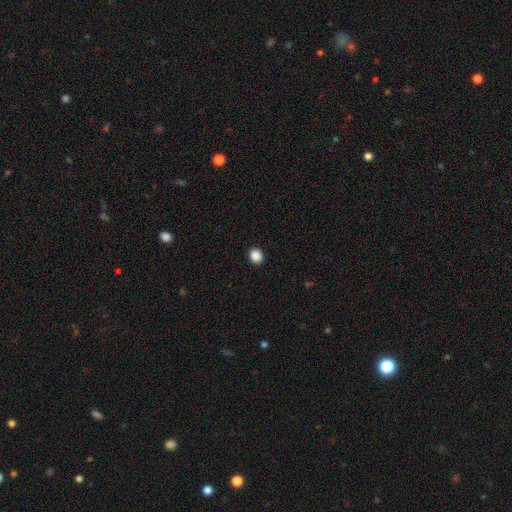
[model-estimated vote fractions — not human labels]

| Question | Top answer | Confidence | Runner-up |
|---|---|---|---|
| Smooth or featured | smooth | 88% | star or artifact (9%) |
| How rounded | round | 72% | in between (27%) |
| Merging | none | 92% | minor disturbance (5%) |